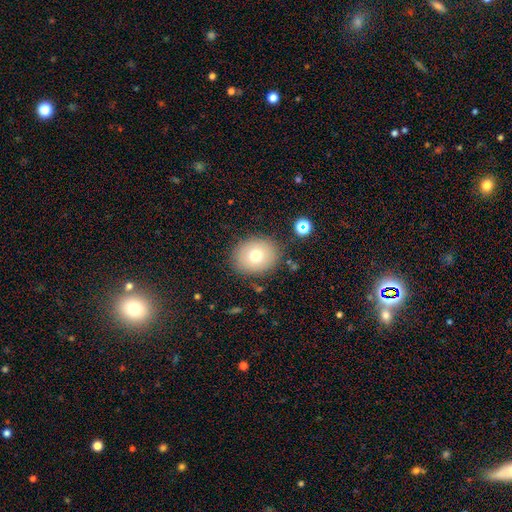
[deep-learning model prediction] Overall: smooth (72%). How rounded: round (64%; in between 35%). Merging: none (85%).